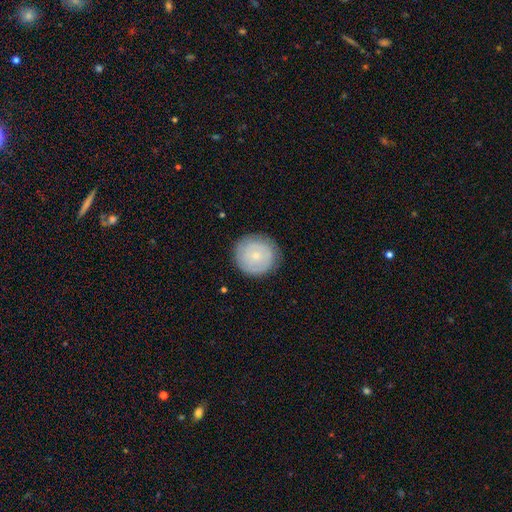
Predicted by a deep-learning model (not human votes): Overall: smooth (58%; featured or disk 36%). How rounded: round (93%). Merging: none (85%).